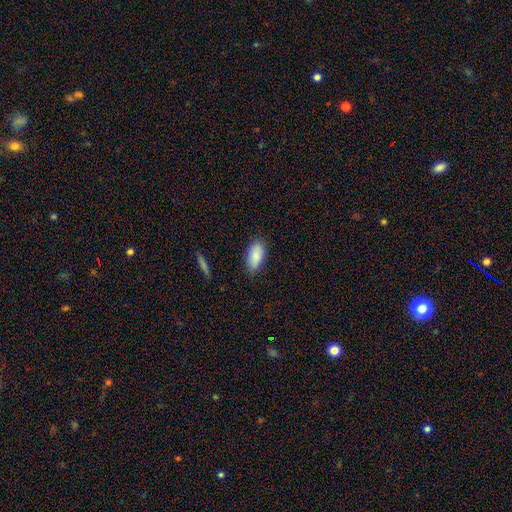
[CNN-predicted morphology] A smooth galaxy with no disk features (87%) that is in between round and cigar-shaped (91%). Merging: none (79%).